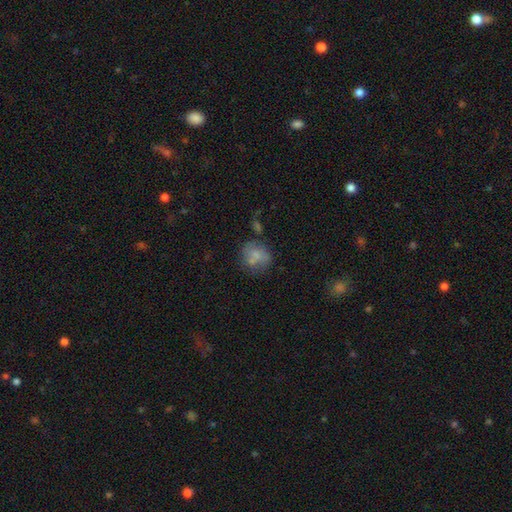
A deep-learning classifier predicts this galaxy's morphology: Smooth or featured: smooth — 69% (featured or disk — 21%)
How rounded: round — 72% (in between — 27%)
Merging: none — 49% (merger — 24%)